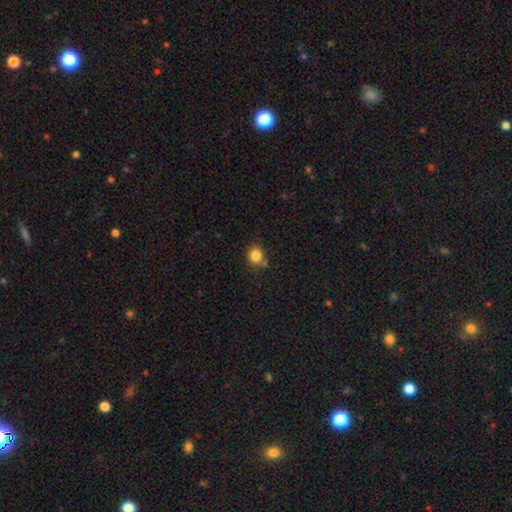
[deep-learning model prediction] The model was most divided on "merging": none: 71%, minor disturbance: 16%, merger: 9%, major disturbance: 4%. More confident: smooth or featured — smooth (84%); how rounded — round (78%).